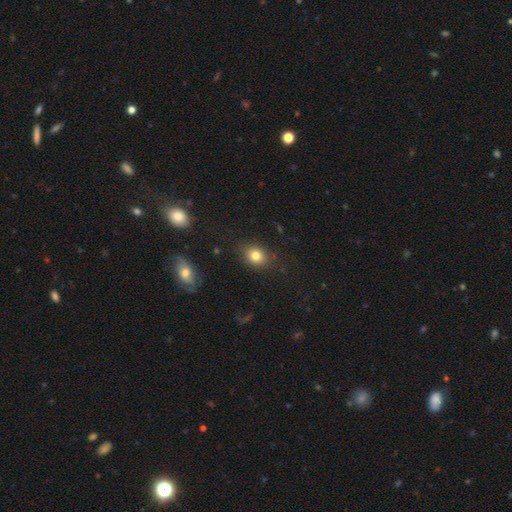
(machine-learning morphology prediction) smooth 80%, star or artifact 12%, featured or disk 8%. Down the decision tree: how rounded — round (57%); merging — none (83%).